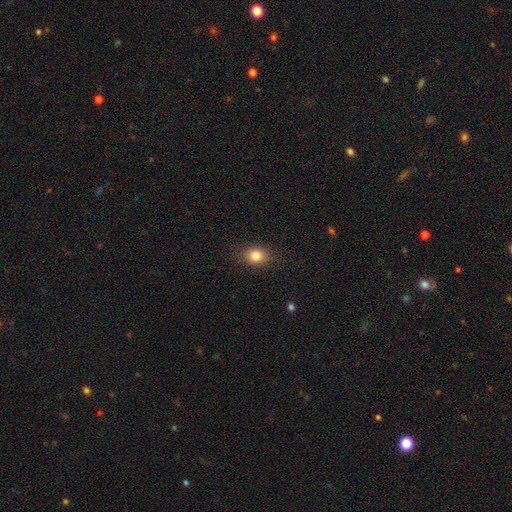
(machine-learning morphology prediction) smooth 82%, star or artifact 11%, featured or disk 8%. Down the decision tree: how rounded — round (51%); merging — none (87%).